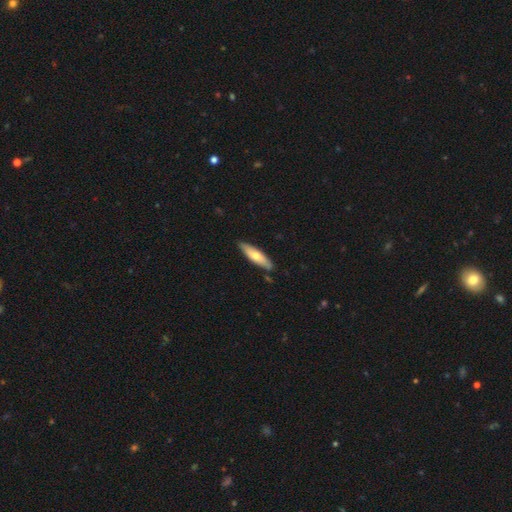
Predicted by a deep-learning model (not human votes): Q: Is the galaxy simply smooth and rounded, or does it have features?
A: smooth — 60%.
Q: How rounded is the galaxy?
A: cigar-shaped — 64%.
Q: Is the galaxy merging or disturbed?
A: none — 83%.